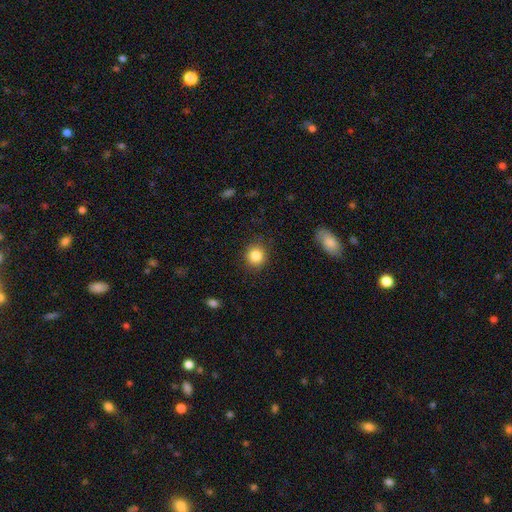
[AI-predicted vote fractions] Smooth or featured? smooth (85%)
How rounded? round (88%)
Merging? none (88%)